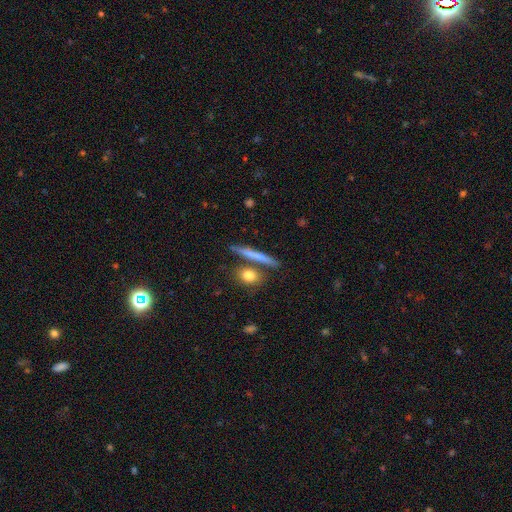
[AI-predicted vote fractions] Smooth or featured? smooth (62%)
How rounded? cigar-shaped (81%)
Merging? none (74%)